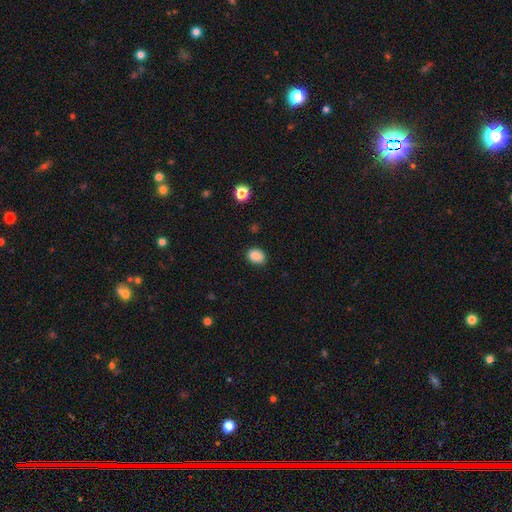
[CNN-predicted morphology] Overall: smooth (87%). How rounded: in between (57%; round 42%). Merging: none (86%).